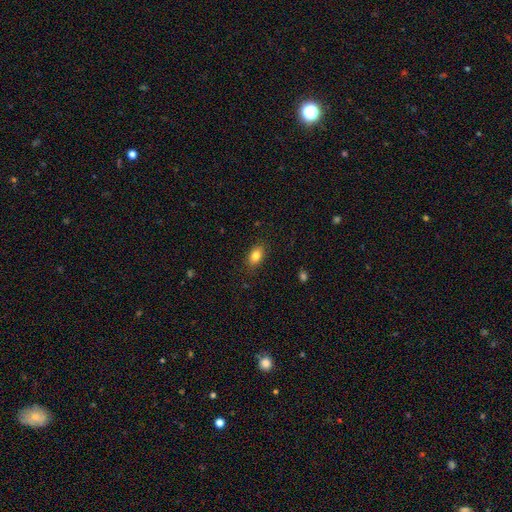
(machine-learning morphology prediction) A smooth galaxy with no disk features (83%) that is in between round and cigar-shaped (84%). Merging: none (86%).